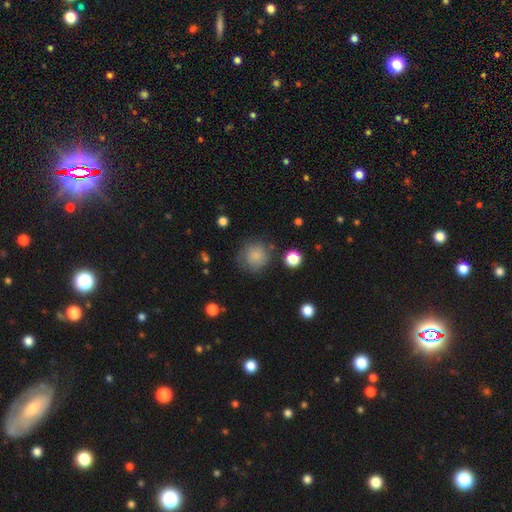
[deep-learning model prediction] Q: Smooth or featured?
A: smooth (81%); runner-up: star or artifact (10%)
Q: How rounded?
A: round (90%); runner-up: in between (9%)
Q: Merging?
A: none (72%); runner-up: minor disturbance (18%)